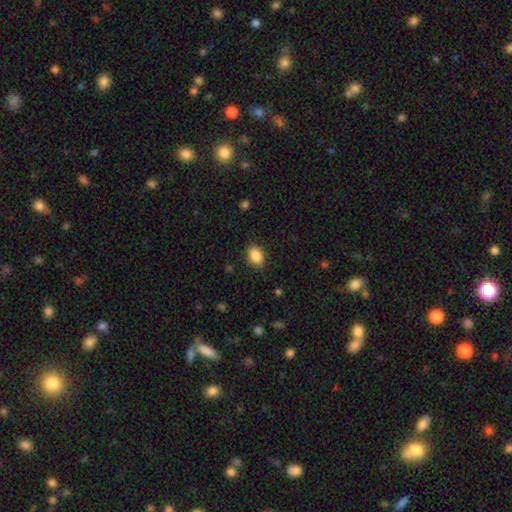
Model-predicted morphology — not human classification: Smooth or featured? Predicted: smooth (p=0.88). How rounded? Predicted: in between (p=0.78). Merging? Predicted: none (p=0.85).